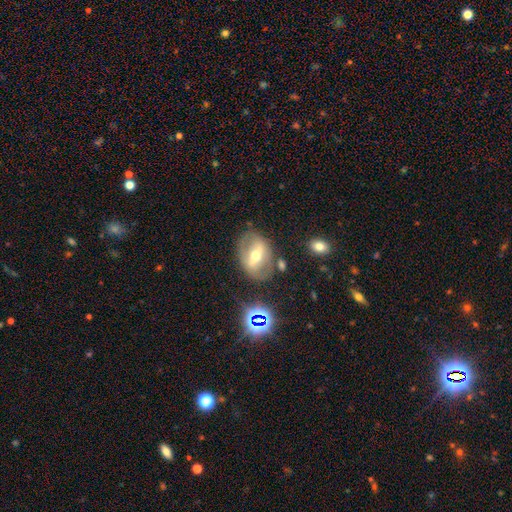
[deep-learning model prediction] Smooth or featured: featured or disk — 63% (smooth — 26%)
Edge-on disk: no — 90% (yes — 10%)
Bar: strong — 57% (weak — 27%)
Spiral arms: no — 58% (yes — 42%)
Bulge size: moderate — 65% (small — 27%)
Merging: none — 70% (minor disturbance — 17%)